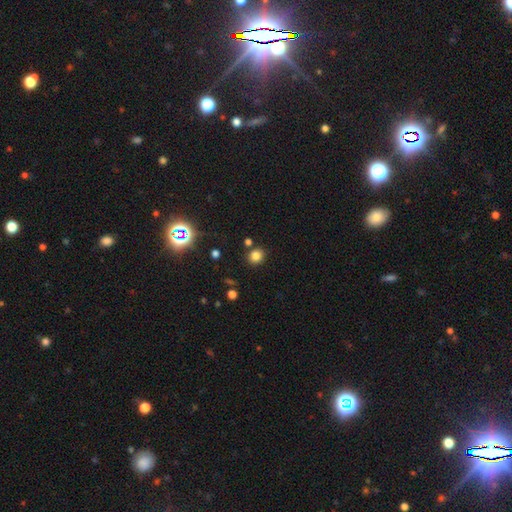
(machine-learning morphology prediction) A smooth galaxy with no disk features (79%) that is round (80%). Merging: none (82%).